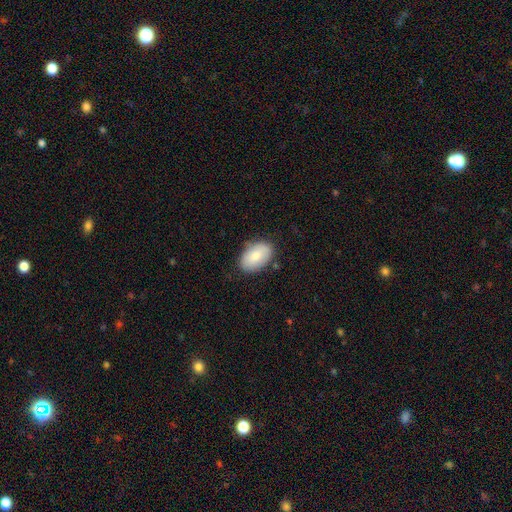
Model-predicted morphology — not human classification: Overall: smooth (77%). How rounded: in between (91%). Merging: none (80%).